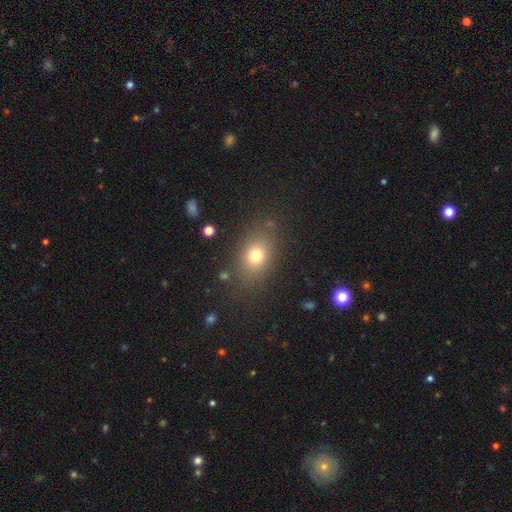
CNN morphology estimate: A smooth galaxy with no disk features (74%) that is in between round and cigar-shaped (64%).

Vote fractions:
- Smooth or featured? smooth: 74% / star or artifact: 15% / featured or disk: 12%
- How rounded? in between: 64% / round: 33% / cigar-shaped: 2%
- Merging? none: 81% / minor disturbance: 12% / major disturbance: 5% / merger: 2%